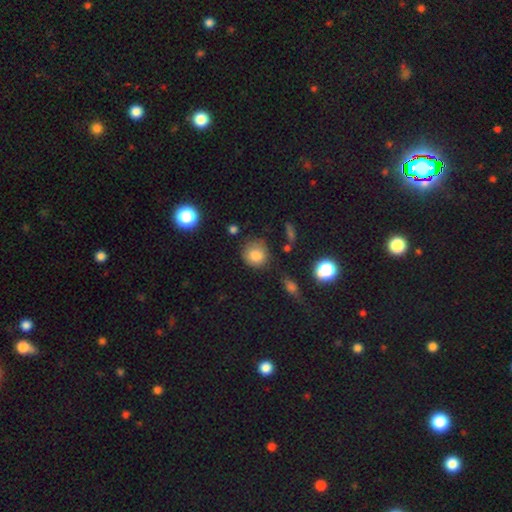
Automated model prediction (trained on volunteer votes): Smooth or featured?
  - smooth: 80% *
  - star or artifact: 11%
  - featured or disk: 9%
How rounded?
  - round: 85% *
  - in between: 14%
  - cigar-shaped: 1%
Merging?
  - none: 73% *
  - minor disturbance: 18%
  - major disturbance: 5%
  - merger: 4%